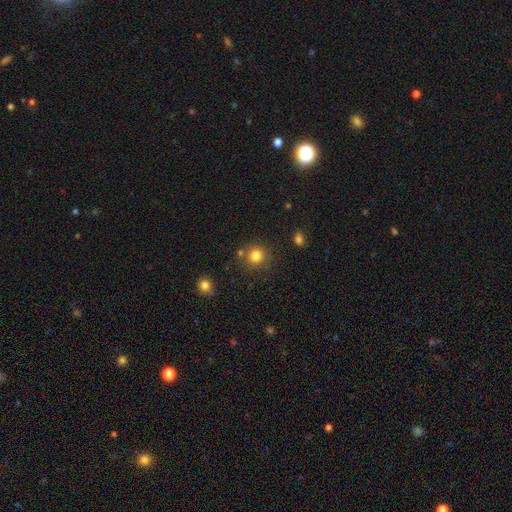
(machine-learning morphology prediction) smooth-or-featured: smooth: 81% | star or artifact: 13% | featured or disk: 6%
  how-rounded: round: 91% | in between: 8% | cigar-shaped: 1%
  merging: none: 80% | minor disturbance: 9% | merger: 7% | major disturbance: 3%